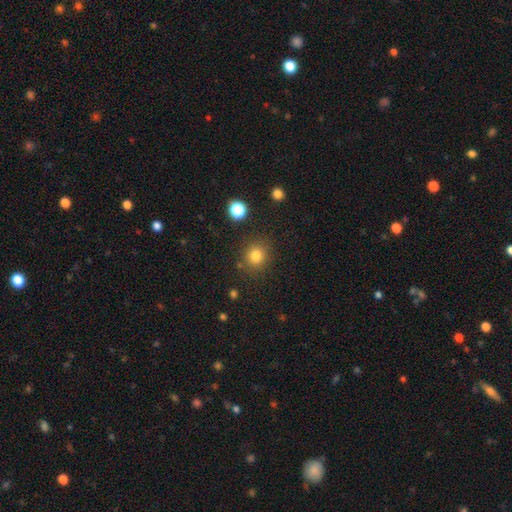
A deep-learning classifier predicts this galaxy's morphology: smooth-or-featured: smooth: 82% | star or artifact: 13% | featured or disk: 6%
  how-rounded: round: 84% | in between: 15% | cigar-shaped: 1%
  merging: none: 83% | minor disturbance: 10% | major disturbance: 4% | merger: 4%